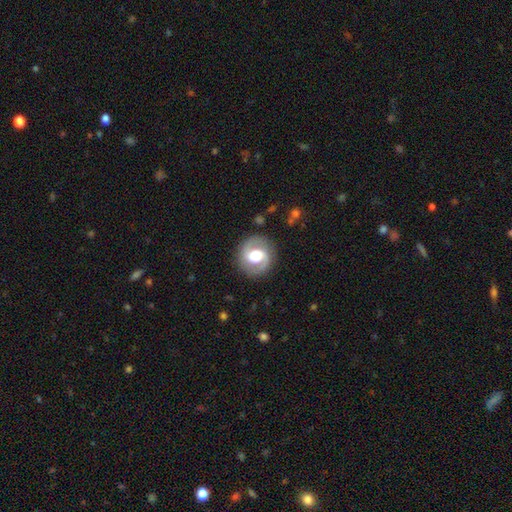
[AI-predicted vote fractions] Smooth or featured?
  - featured or disk: 74% *
  - smooth: 21%
  - star or artifact: 6%
Edge-on disk?
  - no: 98% *
  - yes: 2%
Bar?
  - weak: 44% *
  - no: 37%
  - strong: 19%
Spiral arms?
  - yes: 85% *
  - no: 15%
Spiral winding?
  - medium: 49% *
  - tight: 31%
  - loose: 20%
Spiral arm count?
  - 2: 90% *
  - can't tell: 4%
  - 1: 3%
  - 3: 1%
  - 4: 1%
  - more than 4: 1%
Bulge size?
  - moderate: 57% *
  - large: 33%
  - small: 6%
  - dominant: 3%
  - none: 1%
Merging?
  - none: 86% *
  - minor disturbance: 9%
  - major disturbance: 4%
  - merger: 1%